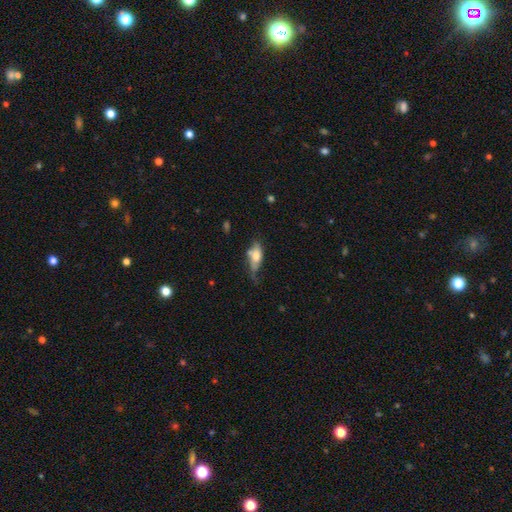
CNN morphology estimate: Q: Smooth or featured?
A: smooth (61%); runner-up: featured or disk (32%)
Q: How rounded?
A: in between (76%); runner-up: cigar-shaped (20%)
Q: Merging?
A: minor disturbance (35%); tied with: none (35%)